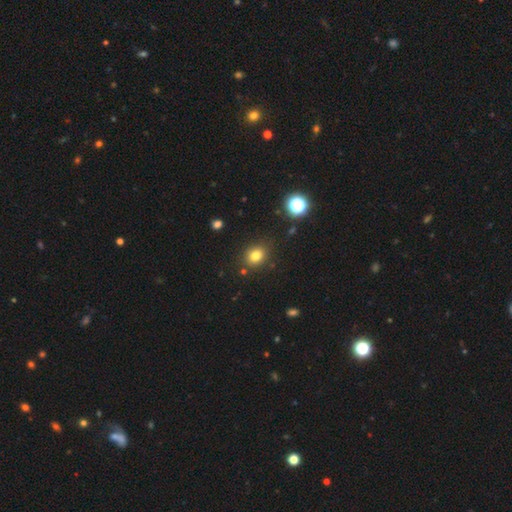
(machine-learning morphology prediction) This is likely a smooth galaxy (79%). How rounded: possibly round (57%). Merging: clearly none (85%).